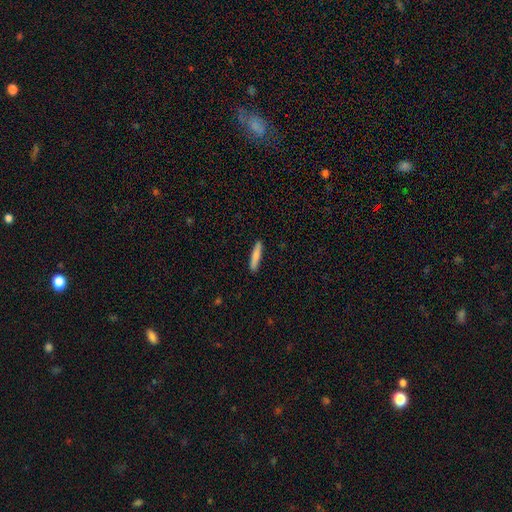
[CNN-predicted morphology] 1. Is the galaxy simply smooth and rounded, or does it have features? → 80% smooth, 15% featured or disk, 5% star or artifact.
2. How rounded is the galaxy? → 90% cigar-shaped, 8% in between, 1% round.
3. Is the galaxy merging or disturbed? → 90% none, 7% minor disturbance, 1% major disturbance, 1% merger.